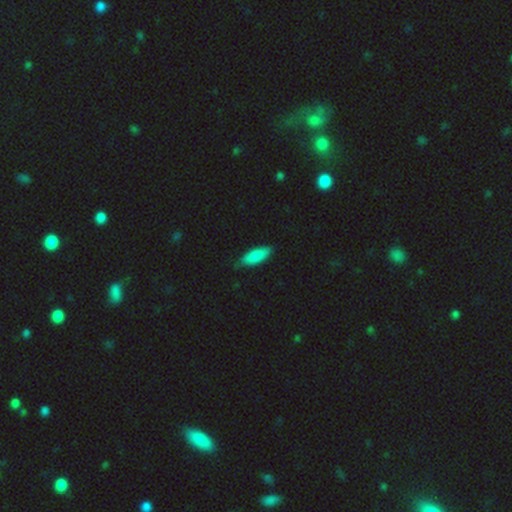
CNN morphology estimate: Smooth or featured? smooth (85%)
How rounded? in between (72%)
Merging? none (77%)